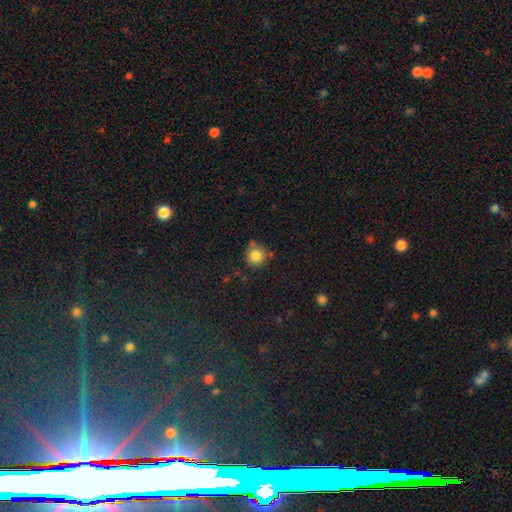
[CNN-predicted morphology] The model was most divided on "merging": none: 69%, minor disturbance: 17%, merger: 10%, major disturbance: 4%. More confident: how rounded — round (93%); smooth or featured — smooth (84%).